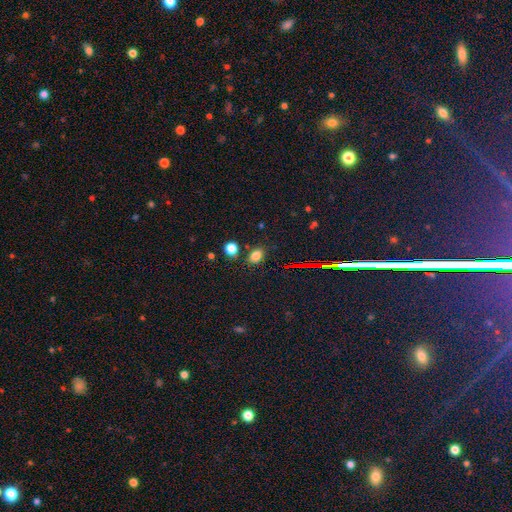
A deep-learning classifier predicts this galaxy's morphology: Smooth or featured?
  - smooth: 78% *
  - star or artifact: 16%
  - featured or disk: 7%
How rounded?
  - in between: 69% *
  - round: 29%
  - cigar-shaped: 2%
Merging?
  - none: 80% *
  - minor disturbance: 10%
  - merger: 7%
  - major disturbance: 3%